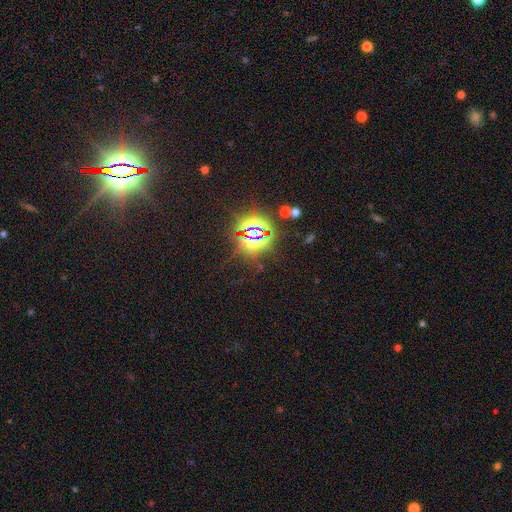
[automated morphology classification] Overall: star or artifact (85%).